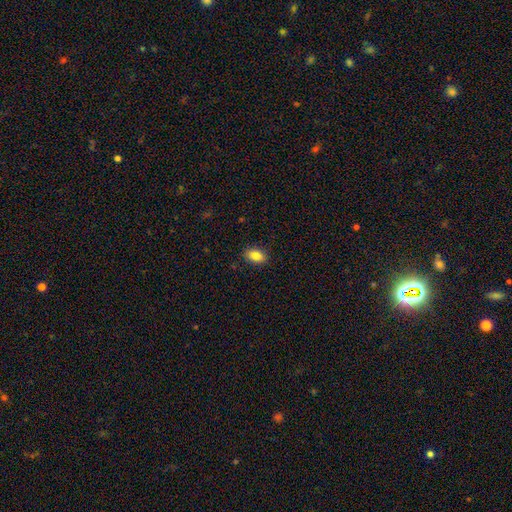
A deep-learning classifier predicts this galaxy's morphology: Overall: smooth (85%). How rounded: in between (88%). Merging: none (88%).